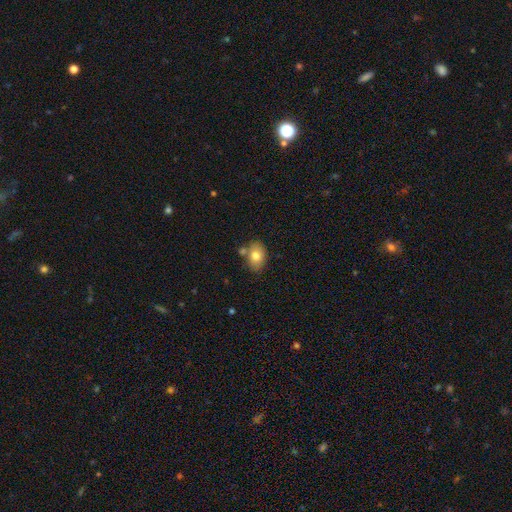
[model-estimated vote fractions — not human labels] Smooth or featured?
  - smooth: 77% *
  - featured or disk: 14%
  - star or artifact: 8%
How rounded?
  - in between: 74% *
  - round: 25%
  - cigar-shaped: 1%
Merging?
  - none: 69% *
  - minor disturbance: 15%
  - merger: 14%
  - major disturbance: 3%